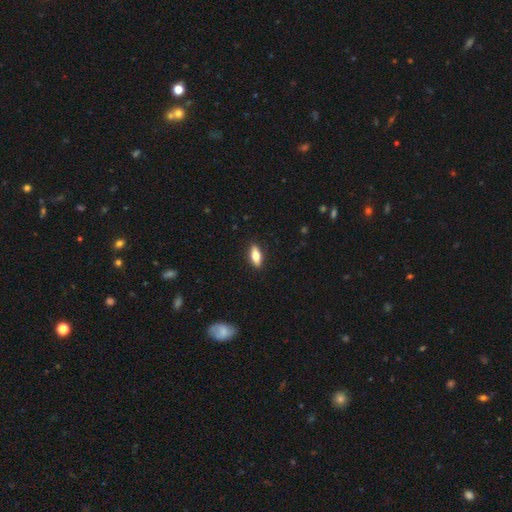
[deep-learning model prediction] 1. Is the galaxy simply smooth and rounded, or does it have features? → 63% smooth, 30% featured or disk, 7% star or artifact.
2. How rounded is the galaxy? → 67% in between, 30% cigar-shaped, 3% round.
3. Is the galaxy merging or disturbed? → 89% none, 8% minor disturbance, 2% major disturbance, 1% merger.